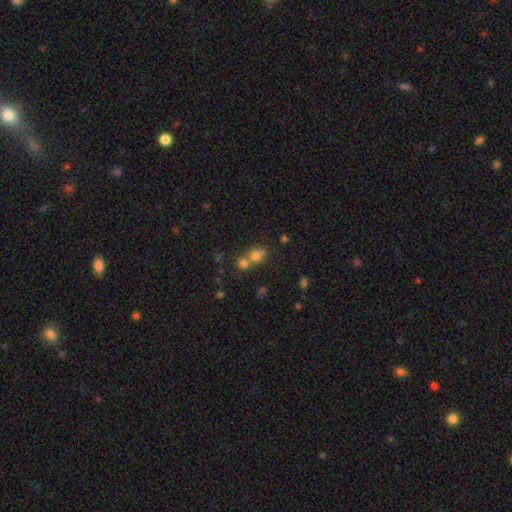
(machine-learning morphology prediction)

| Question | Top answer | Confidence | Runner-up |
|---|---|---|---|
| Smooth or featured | smooth | 66% | star or artifact (19%) |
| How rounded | round | 77% | in between (21%) |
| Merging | merger | 57% | none (34%) |